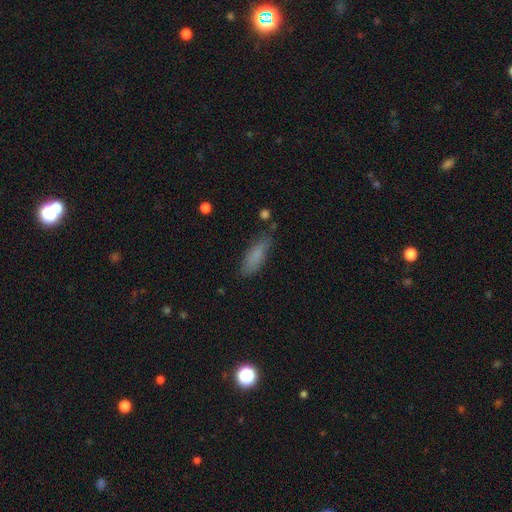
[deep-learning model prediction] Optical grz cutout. It shows a smooth galaxy with no disk features (80%) that is in between round and cigar-shaped (51%). Merging: none (74%).